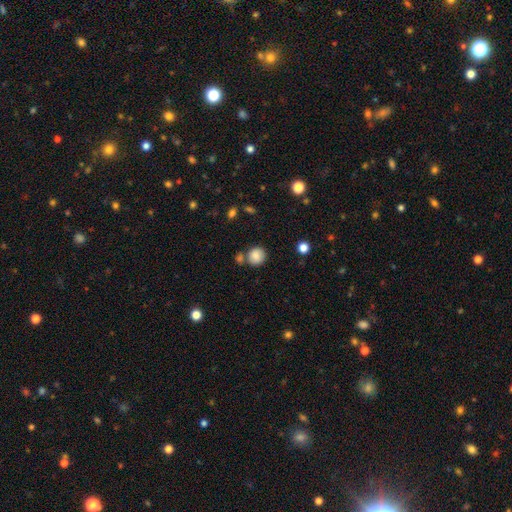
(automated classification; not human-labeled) The model was most divided on "merging": none: 72%, merger: 14%, minor disturbance: 11%, major disturbance: 4%. More confident: how rounded — round (87%); smooth or featured — smooth (85%).